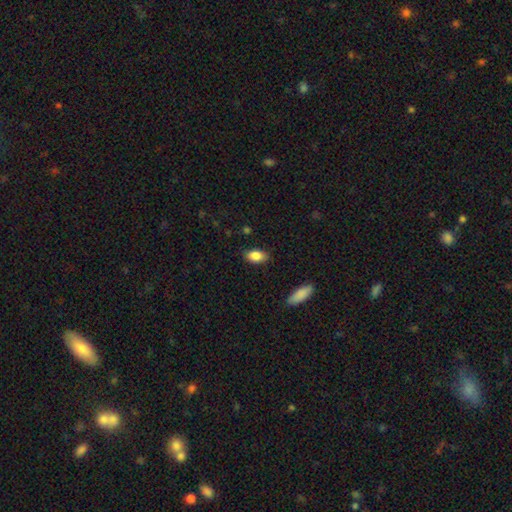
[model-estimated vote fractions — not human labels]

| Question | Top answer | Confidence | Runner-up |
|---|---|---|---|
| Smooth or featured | smooth | 85% | star or artifact (8%) |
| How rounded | in between | 90% | round (6%) |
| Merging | none | 84% | minor disturbance (12%) |